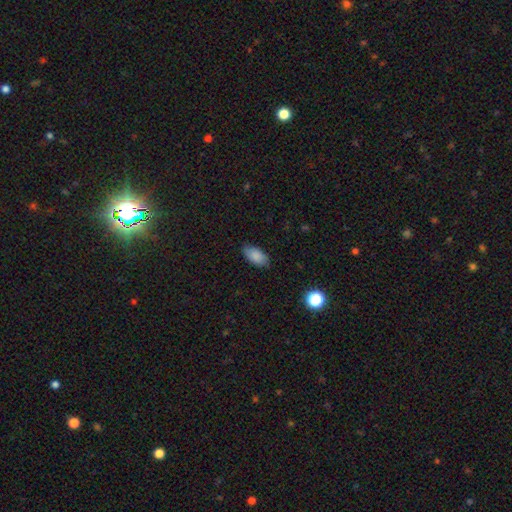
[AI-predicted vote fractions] Overall: smooth (86%). How rounded: in between (92%). Merging: none (83%).